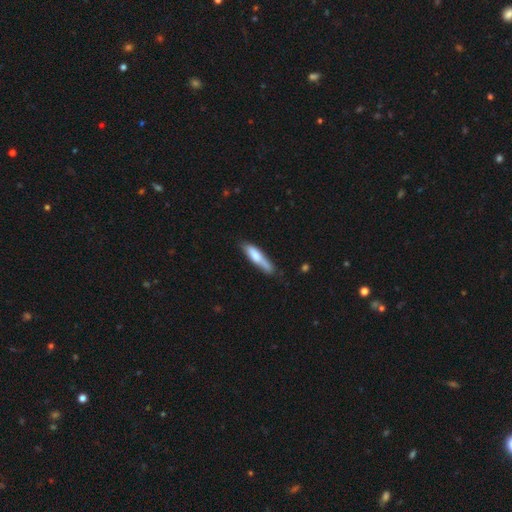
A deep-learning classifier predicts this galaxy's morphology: The model was most divided on "merging": none: 63%, minor disturbance: 27%, major disturbance: 6%, merger: 4%. More confident: how rounded — cigar-shaped (78%); smooth or featured — smooth (67%).